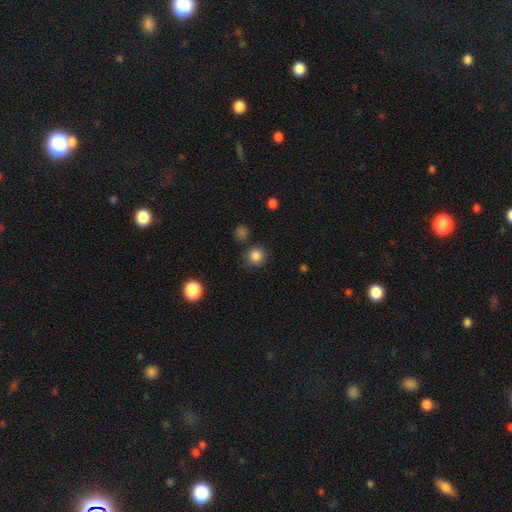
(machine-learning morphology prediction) Smooth or featured: smooth — 85% (star or artifact — 11%)
How rounded: round — 91% (in between — 8%)
Merging: none — 83% (minor disturbance — 10%)